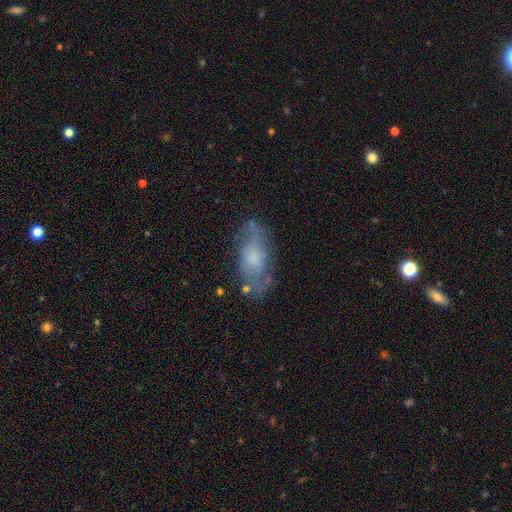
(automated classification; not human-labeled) Smooth or featured: featured or disk — 53% (smooth — 35%)
Edge-on disk: no — 83% (yes — 17%)
Merging: none — 69% (minor disturbance — 20%)